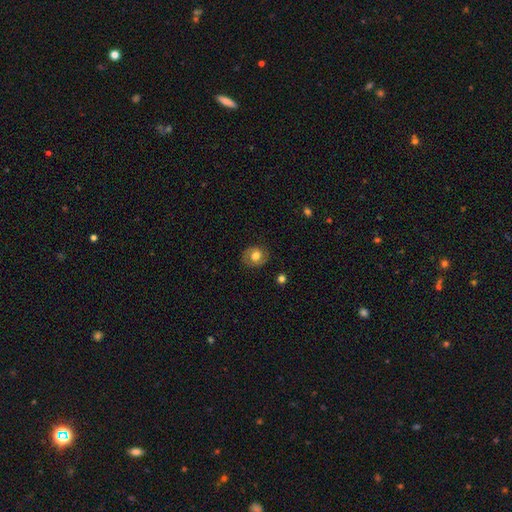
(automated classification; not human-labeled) Smooth or featured? Predicted: smooth (p=0.46). Merging? Predicted: none (p=0.82).